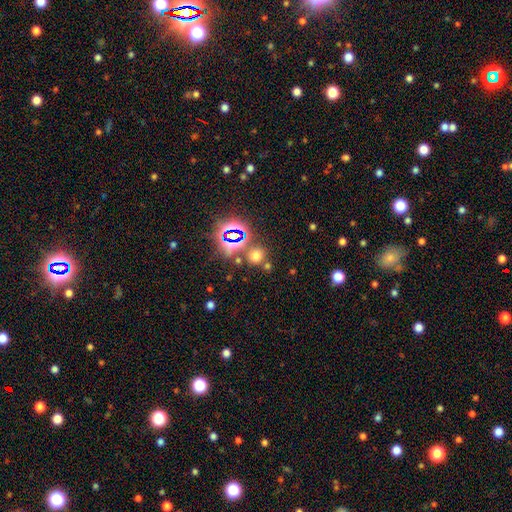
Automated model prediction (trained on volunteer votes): smooth-or-featured: smooth: 58% | star or artifact: 35% | featured or disk: 7%
  how-rounded: round: 81% | in between: 18% | cigar-shaped: 1%
  merging: none: 74% | merger: 13% | minor disturbance: 9% | major disturbance: 4%